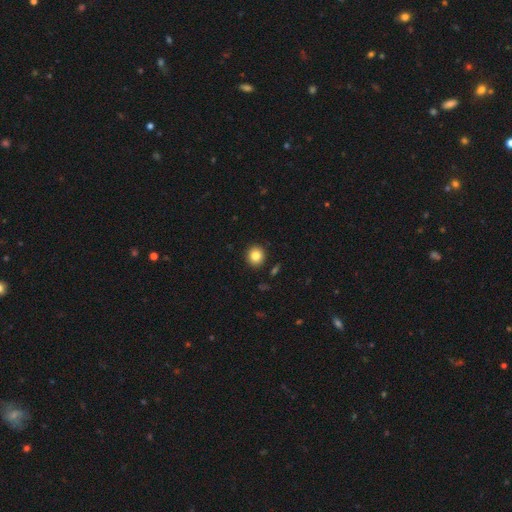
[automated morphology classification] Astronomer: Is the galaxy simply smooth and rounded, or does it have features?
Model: smooth — 84%.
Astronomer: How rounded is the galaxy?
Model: round — 89%.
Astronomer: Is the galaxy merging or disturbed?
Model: none — 92%.